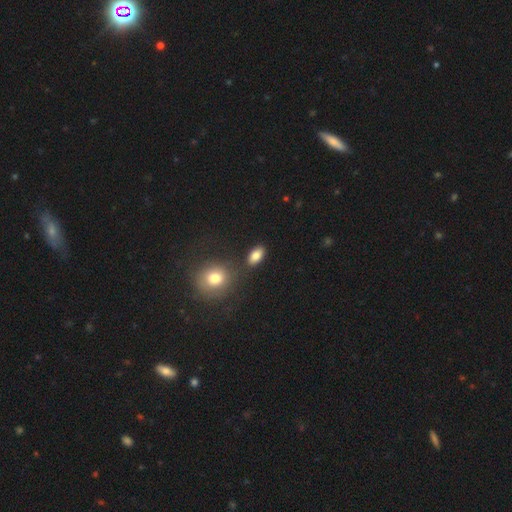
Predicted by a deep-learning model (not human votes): This appears to be a smooth galaxy with no disk features (85%) that is in between round and cigar-shaped (88%). Merging: none (81%).